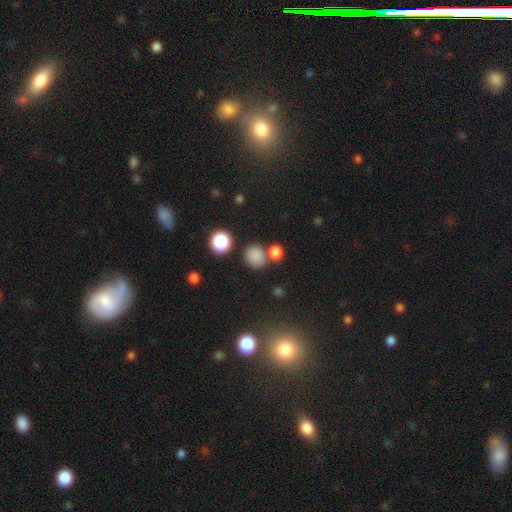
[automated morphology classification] Overall: smooth (81%). How rounded: round (77%). Merging: none (67%).